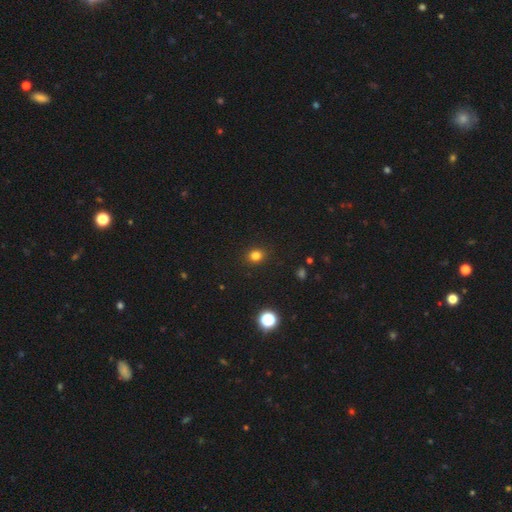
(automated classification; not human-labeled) A smooth galaxy with no disk features (81%) that is round (75%).

Vote fractions:
- Smooth or featured? smooth: 81% / star or artifact: 15% / featured or disk: 5%
- How rounded? round: 75% / in between: 24% / cigar-shaped: 1%
- Merging? none: 90% / minor disturbance: 6% / major disturbance: 2% / merger: 1%